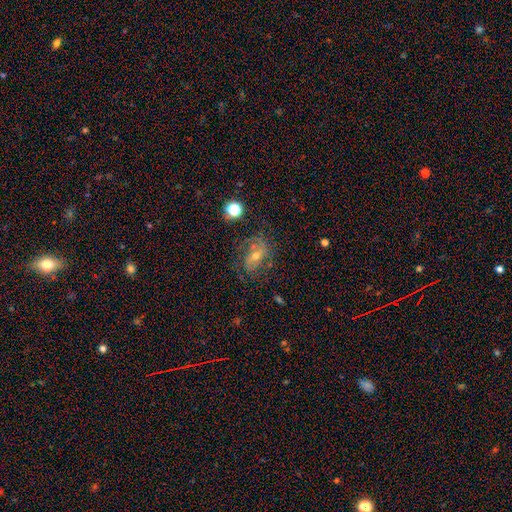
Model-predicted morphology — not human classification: Smooth or featured: featured or disk — 63% (smooth — 22%)
Edge-on disk: no — 94% (yes — 6%)
Bar: no — 42% (weak — 37%)
Spiral arms: yes — 79% (no — 21%)
Bulge size: moderate — 53% (small — 43%)
Merging: none — 62% (minor disturbance — 21%)